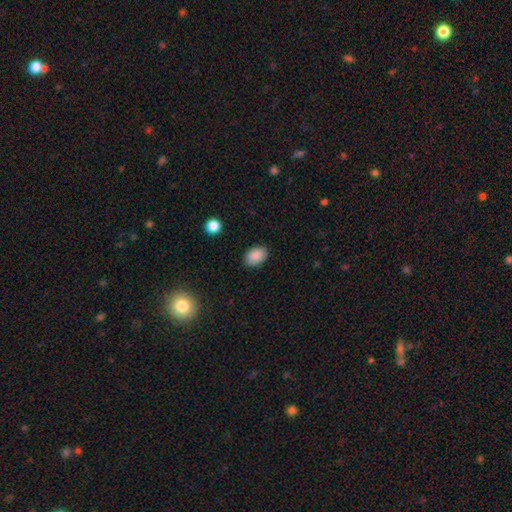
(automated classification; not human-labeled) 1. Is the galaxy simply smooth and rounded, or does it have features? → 89% smooth, 8% star or artifact, 4% featured or disk.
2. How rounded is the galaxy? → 85% in between, 14% round, 1% cigar-shaped.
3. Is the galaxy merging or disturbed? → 87% none, 10% minor disturbance, 2% major disturbance, 1% merger.